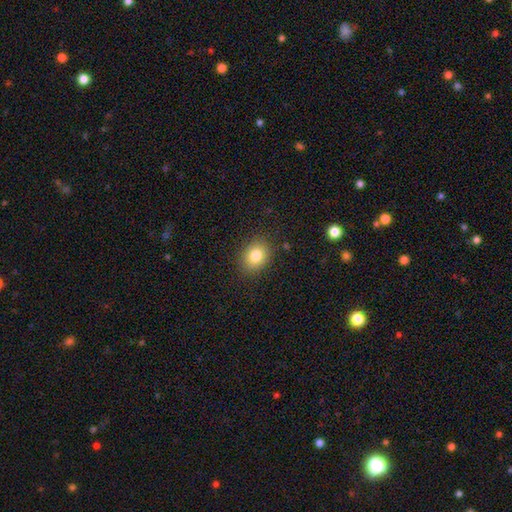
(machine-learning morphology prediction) A smooth galaxy with no disk features (81%) that is round (50%). Merging: none (86%).